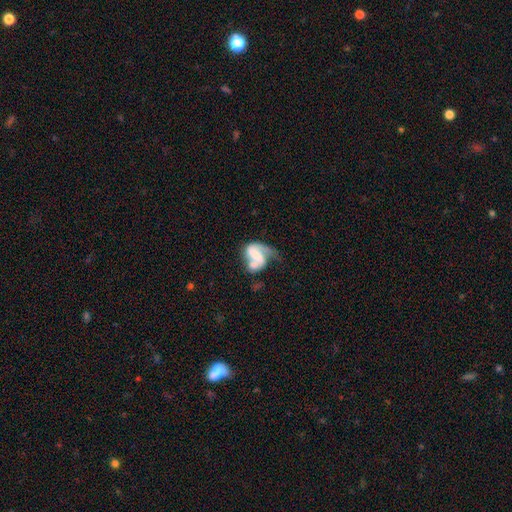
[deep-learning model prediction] featured or disk 67%, smooth 26%, star or artifact 8%. Down the decision tree: edge-on disk — no (97%); bar — no (39%); spiral arms — yes (81%); spiral arm count — 2 (57%); spiral winding — loose (46%); bulge size — none (43%); merging — major disturbance (30%).